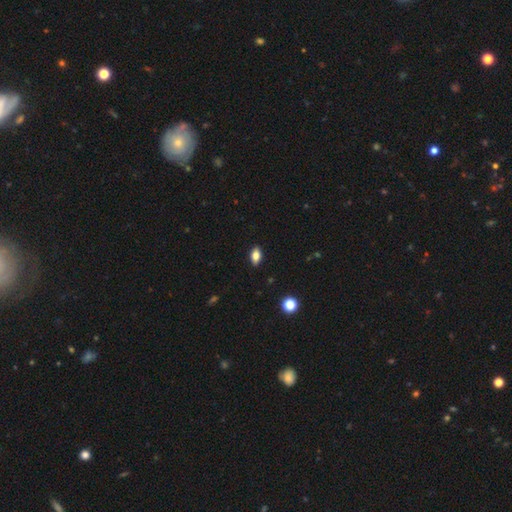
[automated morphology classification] A smooth galaxy with no disk features (78%) that is in between round and cigar-shaped (88%).

Vote fractions:
- Smooth or featured? smooth: 78% / featured or disk: 13% / star or artifact: 9%
- How rounded? in between: 88% / cigar-shaped: 6% / round: 6%
- Merging? none: 89% / minor disturbance: 8% / major disturbance: 2% / merger: 1%